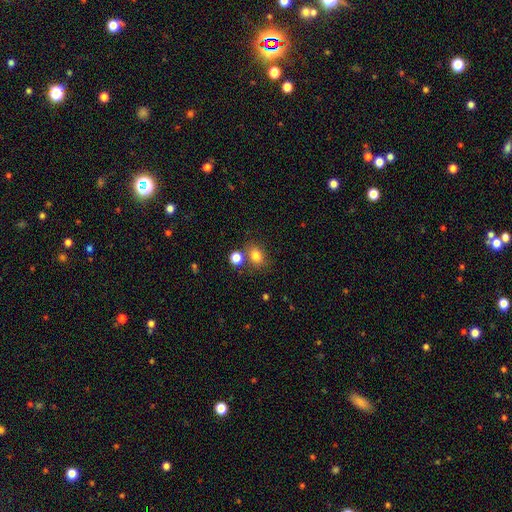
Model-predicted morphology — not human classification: Smooth or featured? Predicted: smooth (p=0.81). How rounded? Predicted: round (p=0.53). Merging? Predicted: none (p=0.69).